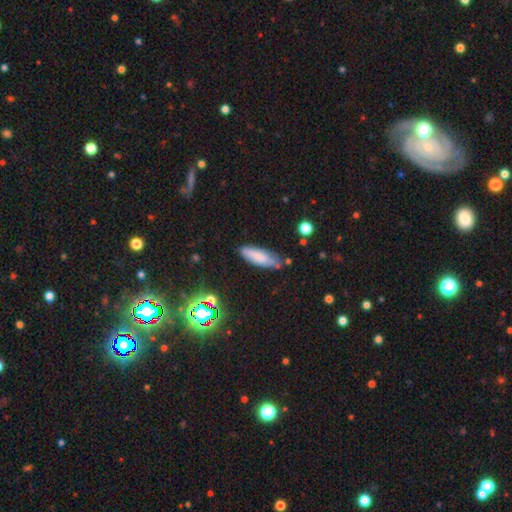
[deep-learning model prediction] Morphology: type=smooth (77%); roundness=in between (54%); merging=none (71%).